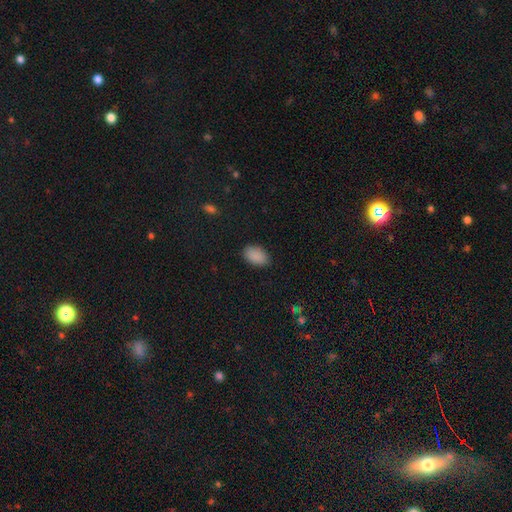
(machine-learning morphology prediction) Overall: smooth (89%). How rounded: in between (92%). Merging: none (86%).